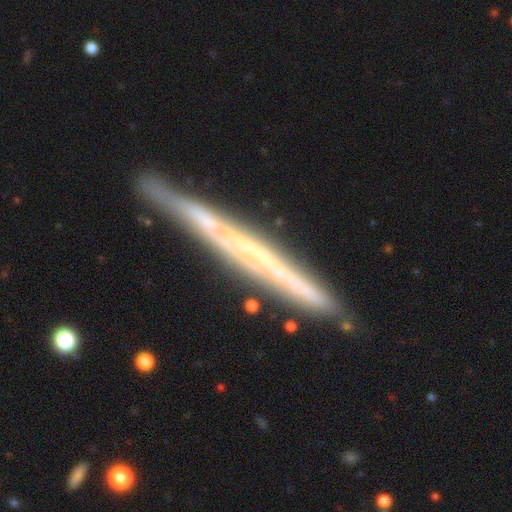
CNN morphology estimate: Q: Smooth or featured?
A: featured or disk (71%); runner-up: smooth (23%)
Q: Edge-on disk?
A: yes (96%); runner-up: no (4%)
Q: Edge-on bulge?
A: none (87%); runner-up: rounded (7%)
Q: Merging?
A: none (82%); runner-up: minor disturbance (13%)